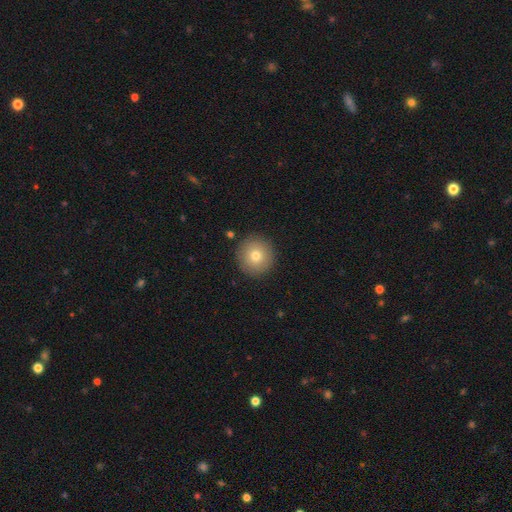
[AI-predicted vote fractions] smooth_or_featured: smooth (p=0.77) [alt: featured or disk p=0.13]
how_rounded: round (p=0.95) [alt: in between p=0.04]
merging: none (p=0.90) [alt: minor disturbance p=0.06]